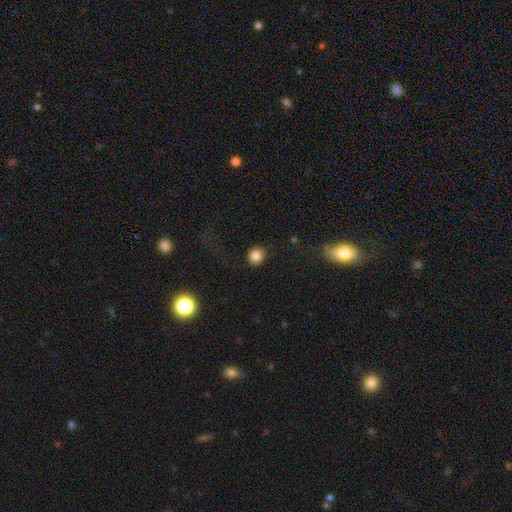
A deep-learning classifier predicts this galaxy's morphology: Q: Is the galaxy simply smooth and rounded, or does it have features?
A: smooth — 84%.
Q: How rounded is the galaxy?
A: round — 90%.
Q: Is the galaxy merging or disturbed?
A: none — 88%.